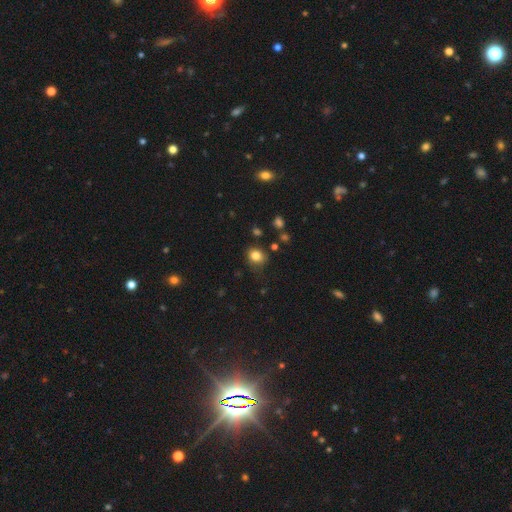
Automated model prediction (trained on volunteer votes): smooth 81%, star or artifact 12%, featured or disk 6%. Down the decision tree: how rounded — round (74%); merging — none (77%).